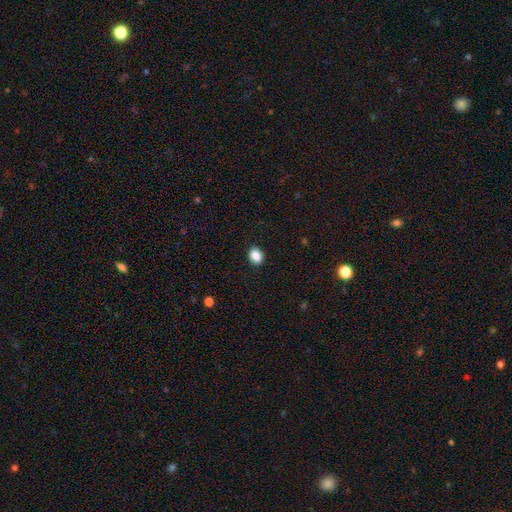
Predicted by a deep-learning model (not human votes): A smooth galaxy with no disk features (88%) that is in between round and cigar-shaped (59%).

Vote fractions:
- Smooth or featured? smooth: 88% / star or artifact: 9% / featured or disk: 3%
- How rounded? in between: 59% / round: 40% / cigar-shaped: 1%
- Merging? none: 90% / minor disturbance: 7% / major disturbance: 2% / merger: 1%